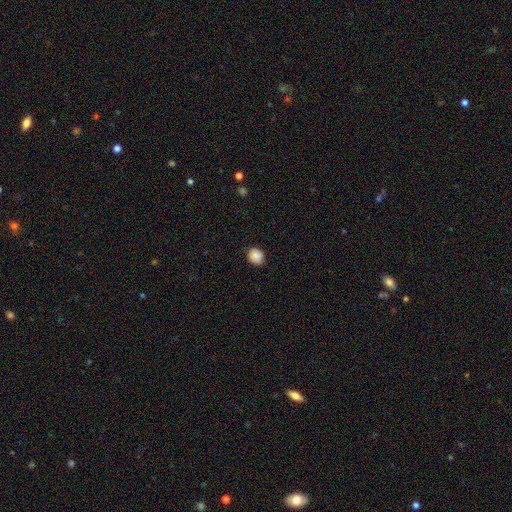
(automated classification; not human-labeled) Smooth or featured? smooth (87%)
How rounded? round (66%)
Merging? none (84%)